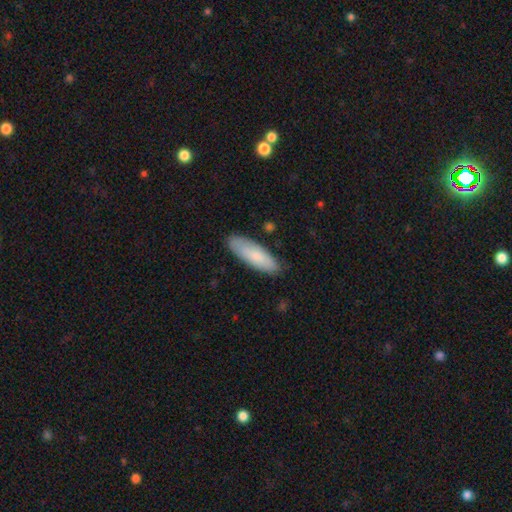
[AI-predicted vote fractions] smooth-or-featured: smooth: 81% | featured or disk: 13% | star or artifact: 6%
  how-rounded: in between: 53% | cigar-shaped: 46% | round: 1%
  merging: none: 85% | minor disturbance: 11% | major disturbance: 2% | merger: 1%